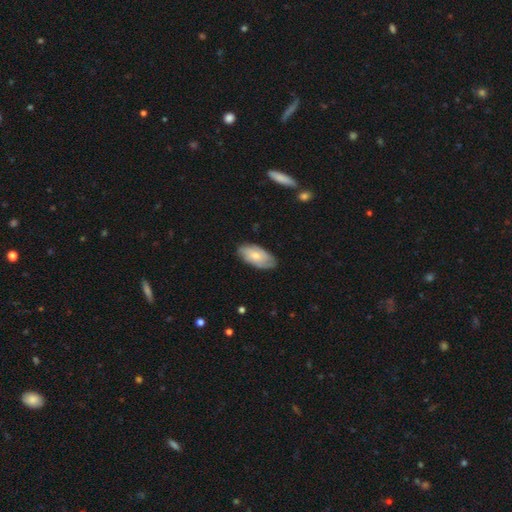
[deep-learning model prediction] Smooth or featured? smooth (61%)
How rounded? in between (93%)
Merging? none (78%)